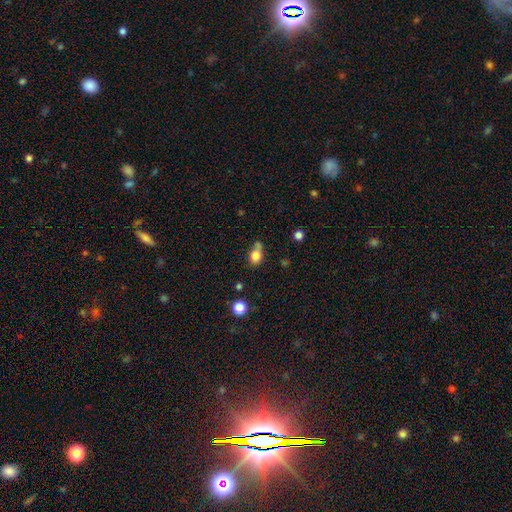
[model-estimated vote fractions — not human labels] smooth-or-featured: smooth: 81% | star or artifact: 11% | featured or disk: 9%
  how-rounded: in between: 61% | round: 37% | cigar-shaped: 2%
  merging: none: 42% | minor disturbance: 26% | merger: 22% | major disturbance: 10%